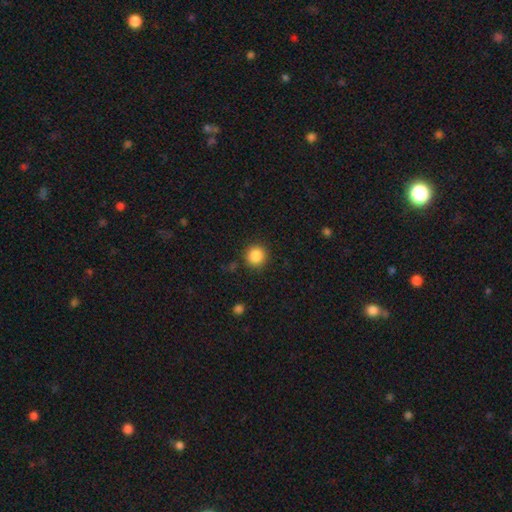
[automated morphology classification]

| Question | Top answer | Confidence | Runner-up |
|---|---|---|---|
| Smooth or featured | smooth | 86% | star or artifact (10%) |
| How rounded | round | 93% | in between (6%) |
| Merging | none | 89% | minor disturbance (7%) |